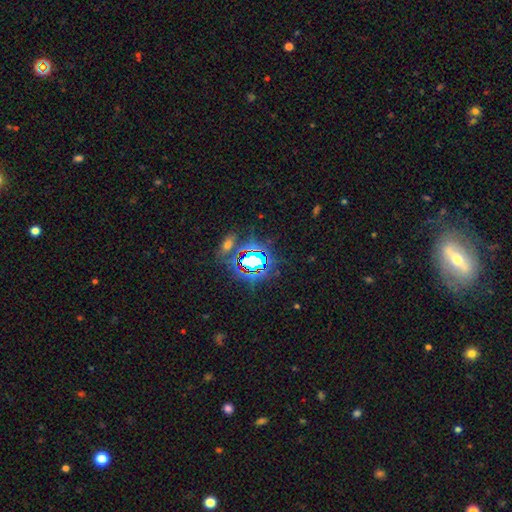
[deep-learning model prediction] Smooth or featured?
  - star or artifact: 72% *
  - smooth: 17%
  - featured or disk: 11%